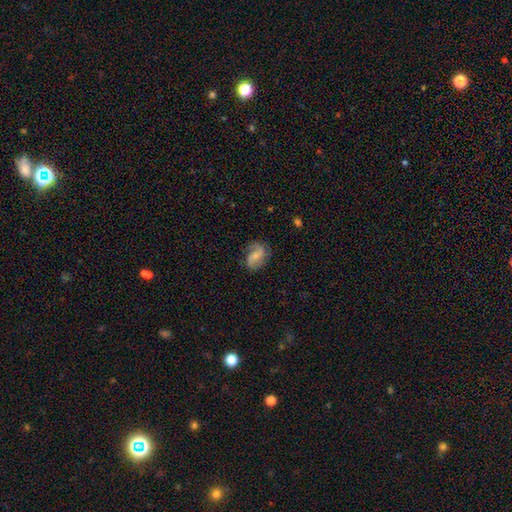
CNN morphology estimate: A featured or disk galaxy (63%) with no bar (50%), 2 (82%) loose (43%) spiral arms (92%) and a small central bulge (51%).

Vote fractions:
- Smooth or featured? featured or disk: 63% / smooth: 29% / star or artifact: 7%
- Edge-on disk? no: 97% / yes: 3%
- Bar? no: 50% / weak: 39% / strong: 11%
- Spiral arms? yes: 92% / no: 8%
- Spiral winding? loose: 43% / medium: 41% / tight: 16%
- Spiral arm count? 2: 82% / 1: 8% / can't tell: 6% / 3: 2% / 4: 1% / more than 4: 1%
- Bulge size? small: 51% / moderate: 33% / none: 12% / large: 3% / dominant: 1%
- Merging? none: 68% / minor disturbance: 21% / major disturbance: 9% / merger: 1%